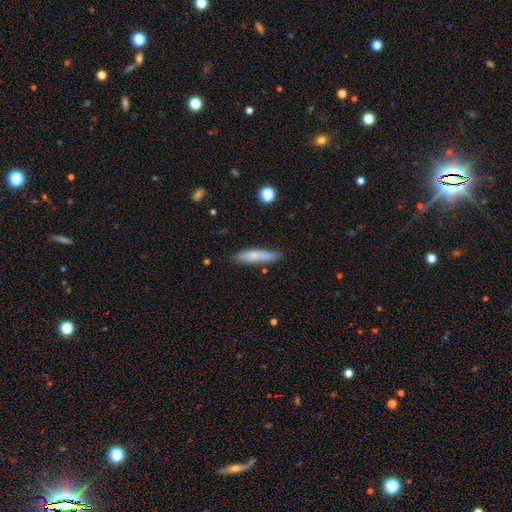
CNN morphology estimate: Smooth or featured? Predicted: smooth (p=0.73). How rounded? Predicted: cigar-shaped (p=0.85). Merging? Predicted: none (p=0.80).